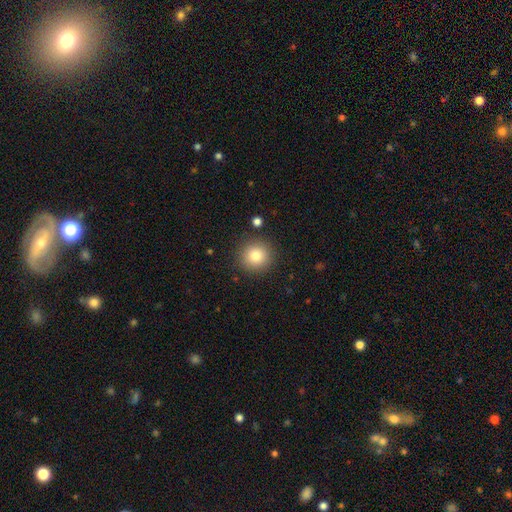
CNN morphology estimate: smooth 81%, star or artifact 11%, featured or disk 8%. Down the decision tree: how rounded — round (94%); merging — none (89%).